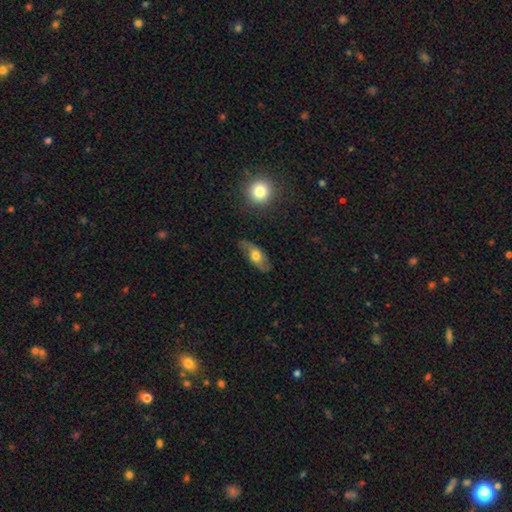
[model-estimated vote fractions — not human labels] Overall: featured or disk (47%; smooth 46%). Merging: none (71%).